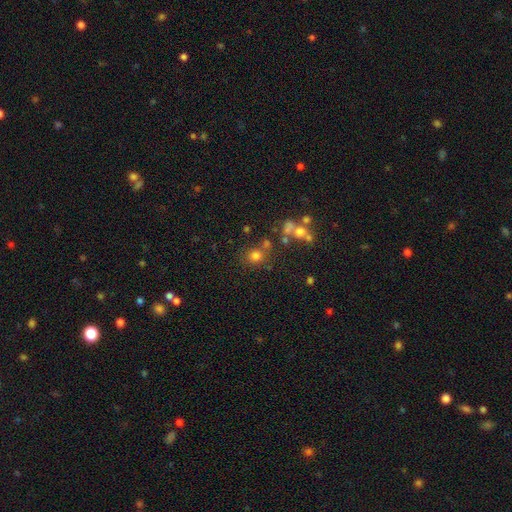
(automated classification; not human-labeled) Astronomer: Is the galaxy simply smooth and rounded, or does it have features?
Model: smooth — 72%.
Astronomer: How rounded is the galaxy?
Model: round — 82%.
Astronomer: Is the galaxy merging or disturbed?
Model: none — 66%.